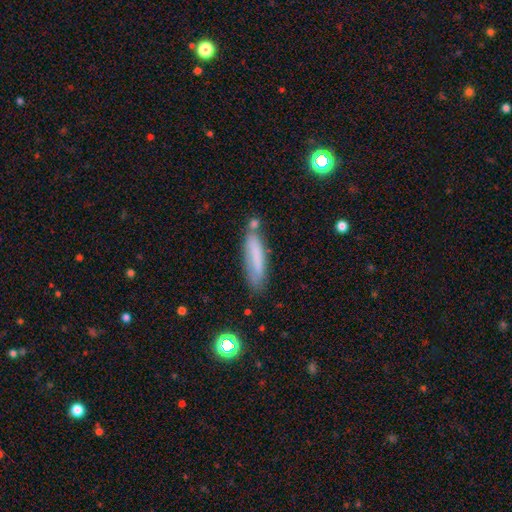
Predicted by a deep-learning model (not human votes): The model was most divided on "merging": none: 63%, minor disturbance: 21%, merger: 10%, major disturbance: 6%. More confident: how rounded — cigar-shaped (77%); smooth or featured — smooth (68%).